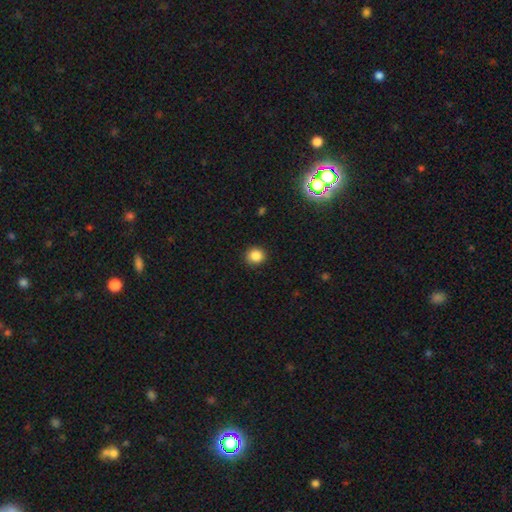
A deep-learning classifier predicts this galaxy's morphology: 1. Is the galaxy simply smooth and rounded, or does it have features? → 86% smooth, 11% star or artifact, 4% featured or disk.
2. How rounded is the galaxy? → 88% round, 11% in between, 1% cigar-shaped.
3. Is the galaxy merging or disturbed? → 90% none, 7% minor disturbance, 2% major disturbance, 1% merger.